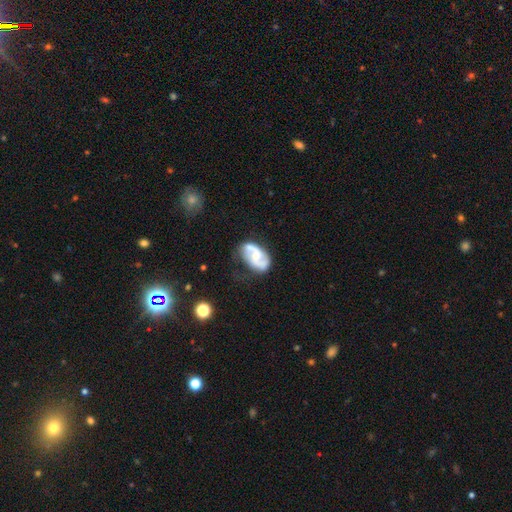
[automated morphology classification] This is likely a featured or disk galaxy (78%). It is clearly not viewed edge-on (97%). Bar: possibly no (51%). Spiral arm pattern: clearly yes (91%). Spiral arm count: clearly 2 (86%). Spiral winding: possibly medium (47%). Central bulge: possibly moderate (49%). Merging: possibly none (56%).